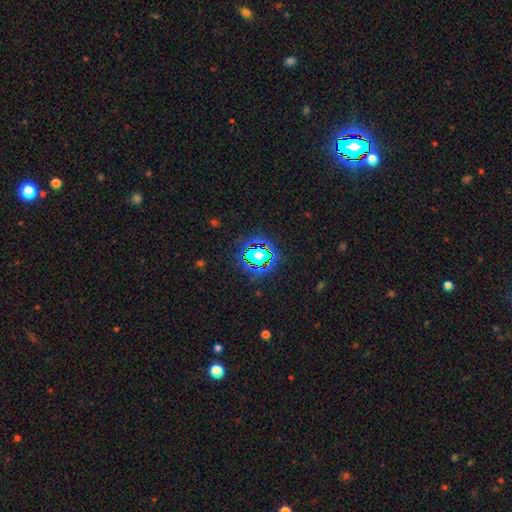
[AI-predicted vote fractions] Q: Smooth or featured?
A: star or artifact (62%); runner-up: smooth (26%)